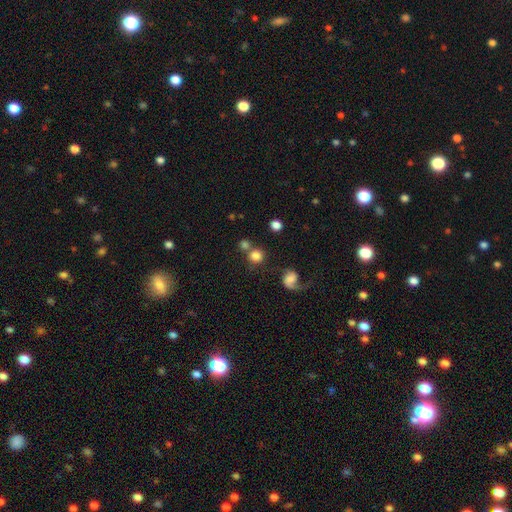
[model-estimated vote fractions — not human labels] Smooth or featured: smooth — 77% (featured or disk — 12%)
How rounded: round — 90% (in between — 9%)
Merging: none — 58% (merger — 27%)